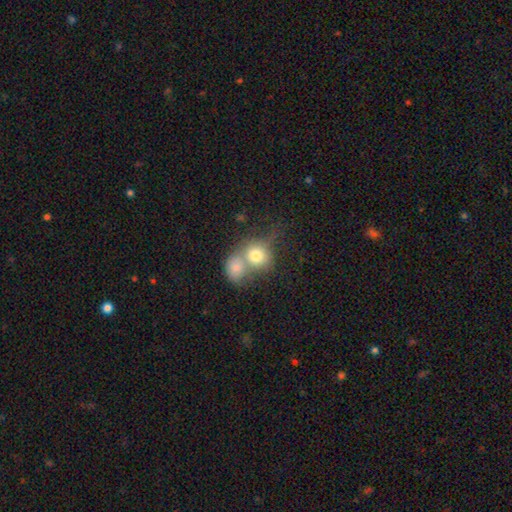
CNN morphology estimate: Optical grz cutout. It shows a smooth galaxy with no disk features (74%) that is round (75%). Merging: merger (64%).